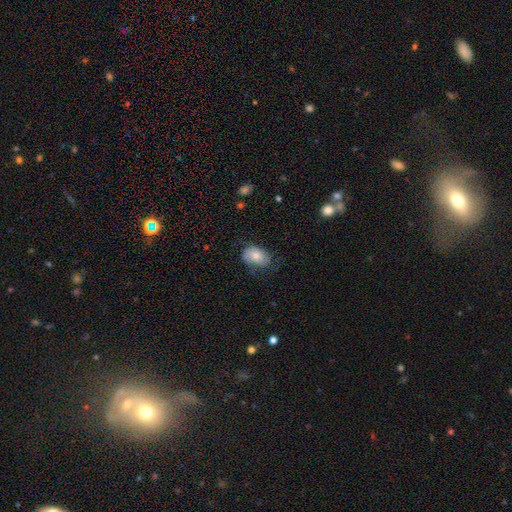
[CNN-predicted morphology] Q: Smooth or featured?
A: smooth (72%); runner-up: featured or disk (20%)
Q: How rounded?
A: in between (84%); runner-up: round (15%)
Q: Merging?
A: none (53%); runner-up: minor disturbance (33%)